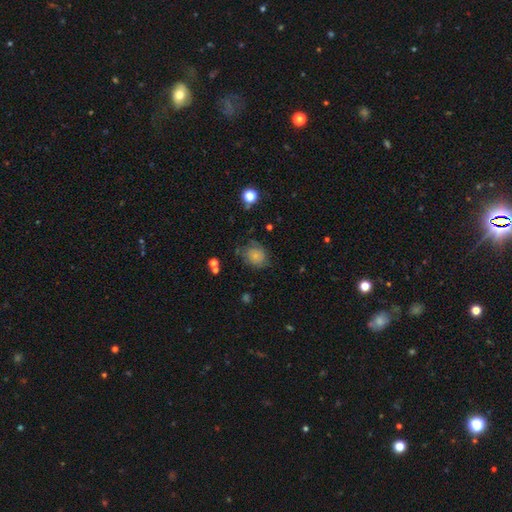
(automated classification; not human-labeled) This is likely a smooth galaxy (64%). How rounded: likely round (63%). Merging: possibly none (56%).